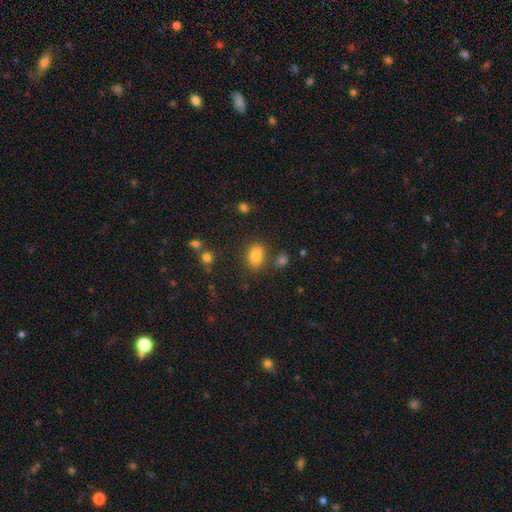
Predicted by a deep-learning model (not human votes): This is clearly a smooth galaxy (81%). How rounded: likely in between (79%). Merging: likely none (76%).